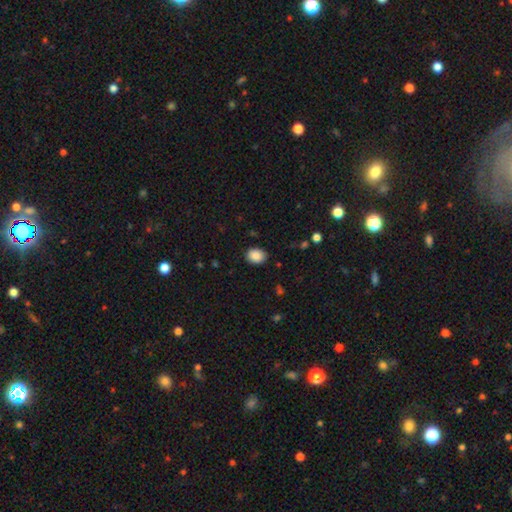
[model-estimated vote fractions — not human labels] This is clearly a smooth galaxy (88%). How rounded: possibly in between (57%). Merging: clearly none (87%).